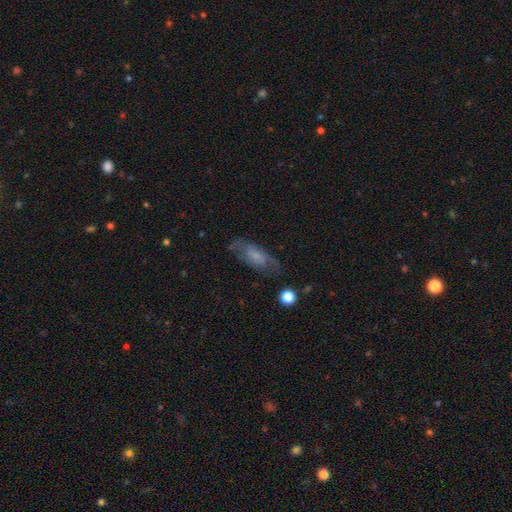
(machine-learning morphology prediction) smooth_or_featured: featured or disk (p=0.50) [alt: smooth p=0.41]
merging: none (p=0.61) [alt: minor disturbance p=0.23]